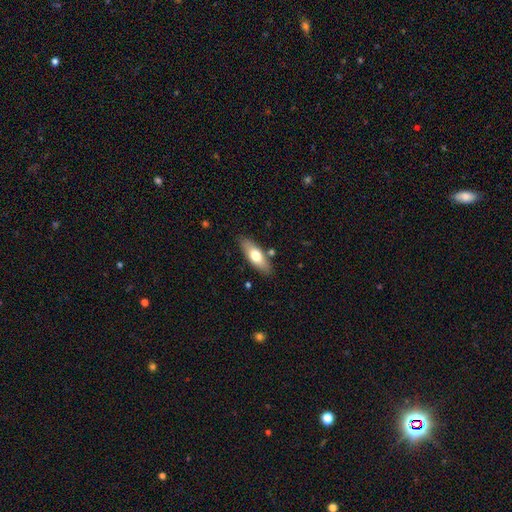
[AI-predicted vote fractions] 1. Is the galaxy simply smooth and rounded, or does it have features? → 67% smooth, 27% featured or disk, 6% star or artifact.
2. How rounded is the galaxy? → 70% in between, 28% cigar-shaped, 2% round.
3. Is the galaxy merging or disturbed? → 83% none, 11% minor disturbance, 3% merger, 2% major disturbance.